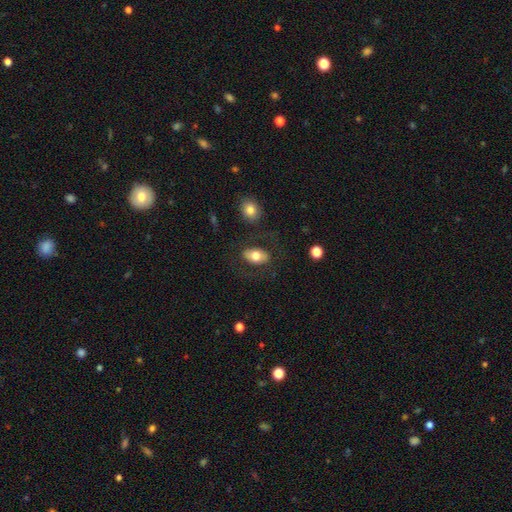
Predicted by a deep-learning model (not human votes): Q: Smooth or featured?
A: smooth (68%); runner-up: featured or disk (25%)
Q: How rounded?
A: in between (90%); runner-up: round (8%)
Q: Merging?
A: none (77%); runner-up: minor disturbance (12%)